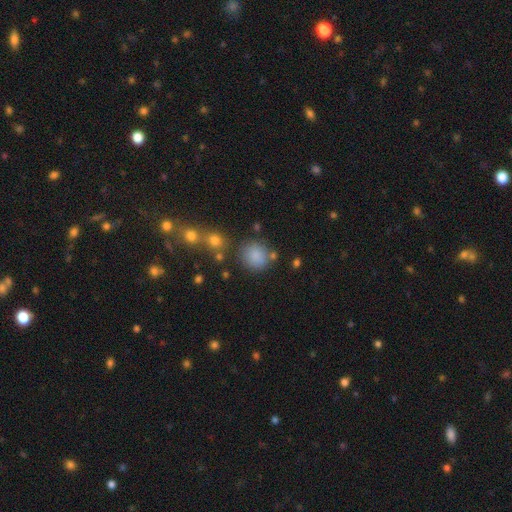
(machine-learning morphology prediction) type=smooth (84%); roundness=round (84%); merging=none (75%).